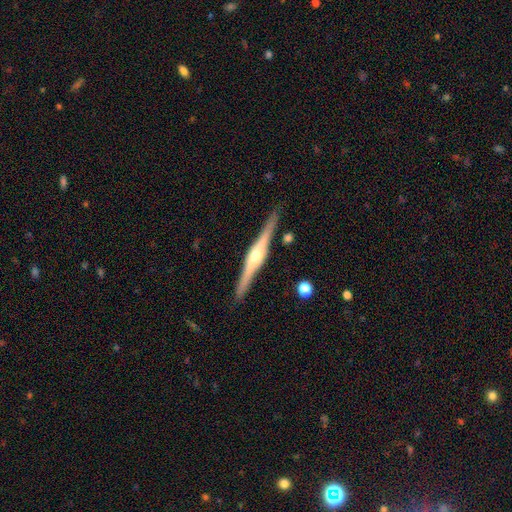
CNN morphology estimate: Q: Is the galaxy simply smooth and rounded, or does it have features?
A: featured or disk — 84%.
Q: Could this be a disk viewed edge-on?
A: yes — 98%.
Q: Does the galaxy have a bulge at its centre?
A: rounded — 84%.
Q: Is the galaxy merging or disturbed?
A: none — 90%.